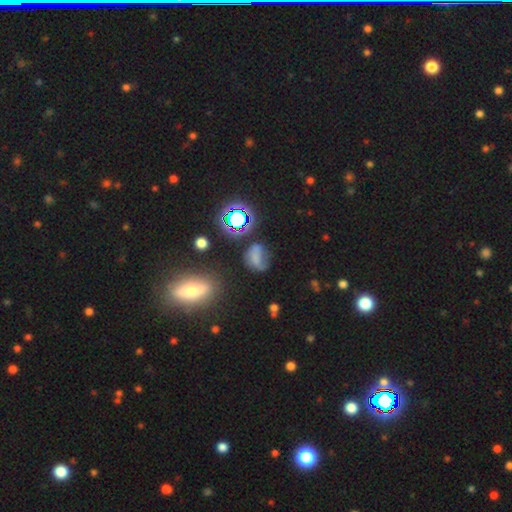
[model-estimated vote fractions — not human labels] smooth-or-featured: smooth: 47% | featured or disk: 28% | star or artifact: 26%
  merging: none: 38% | major disturbance: 28% | minor disturbance: 25% | merger: 9%